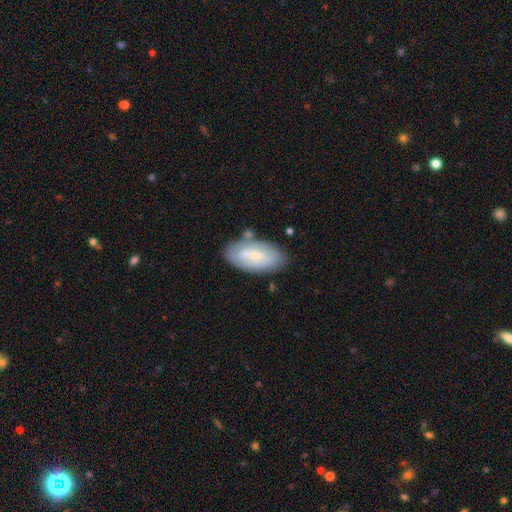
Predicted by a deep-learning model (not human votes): A smooth galaxy with no disk features (54%) that is in between round and cigar-shaped (93%). Merging: none (71%).